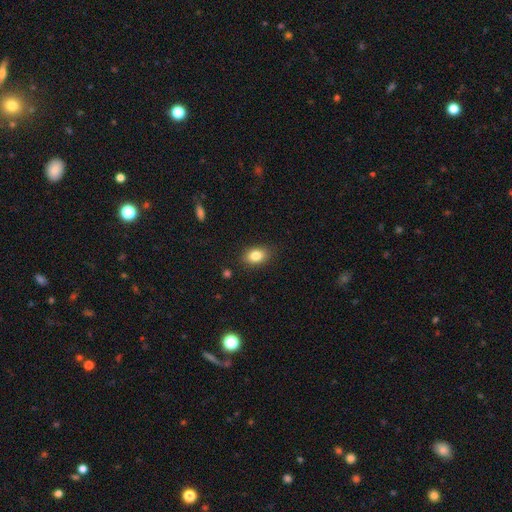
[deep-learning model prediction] A smooth galaxy with no disk features (83%) that is in between round and cigar-shaped (80%). Merging: none (86%).